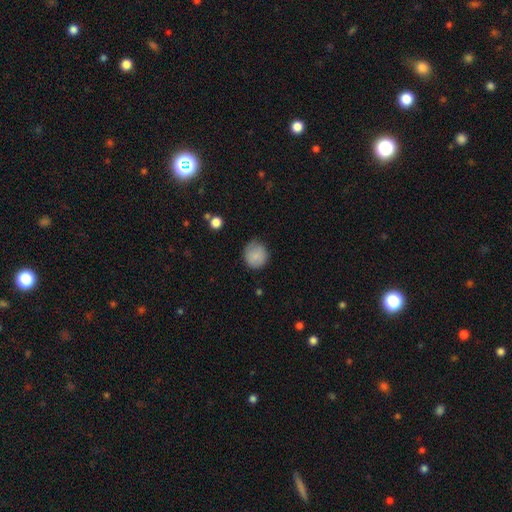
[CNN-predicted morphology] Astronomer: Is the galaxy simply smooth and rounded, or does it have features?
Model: smooth — 86%.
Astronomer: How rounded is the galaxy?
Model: round — 89%.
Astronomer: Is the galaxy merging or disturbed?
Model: none — 73%.